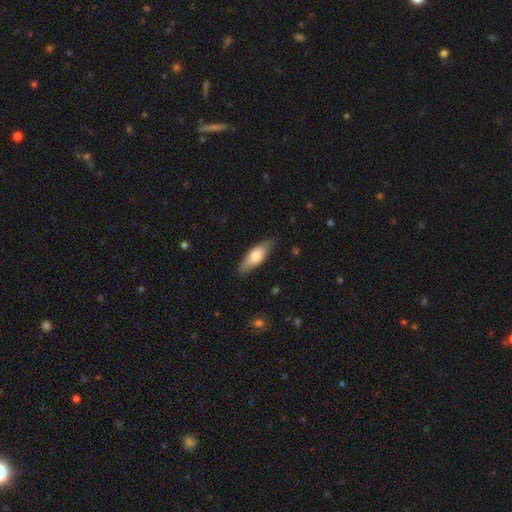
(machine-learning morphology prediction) smooth 71%, featured or disk 23%, star or artifact 5%. Down the decision tree: how rounded — in between (64%); merging — none (82%).